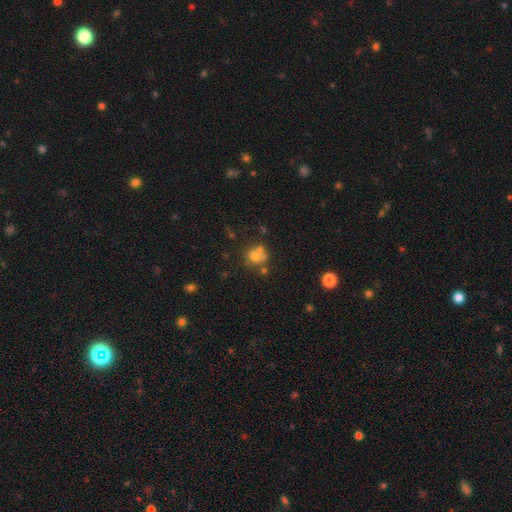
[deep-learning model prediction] Smooth or featured? smooth (63%)
How rounded? round (80%)
Merging? none (46%)